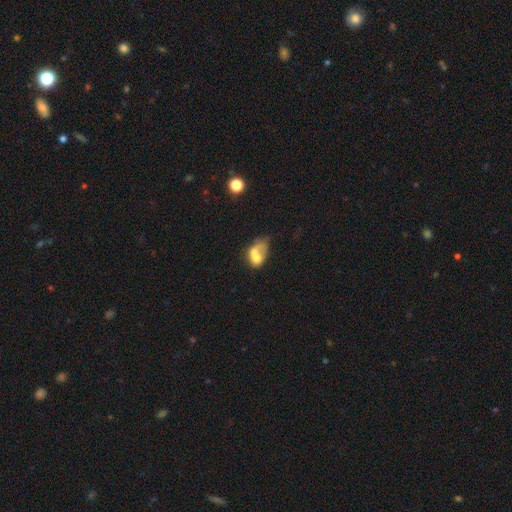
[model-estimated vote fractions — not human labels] Overall: smooth (56%; featured or disk 33%). How rounded: in between (75%). Merging: merger (48%; major disturbance 22%).